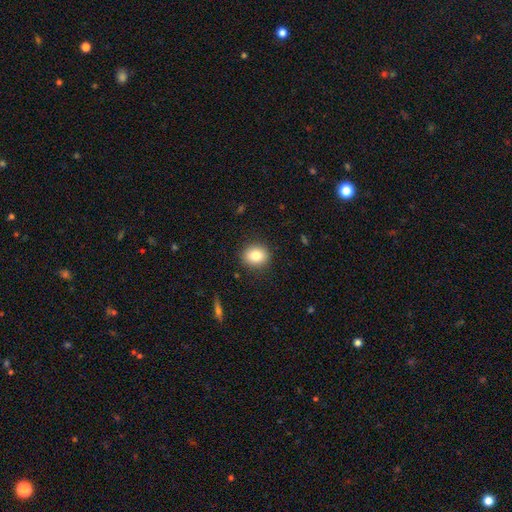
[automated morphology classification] Smooth or featured? Predicted: smooth (p=0.82). How rounded? Predicted: round (p=0.70). Merging? Predicted: none (p=0.89).